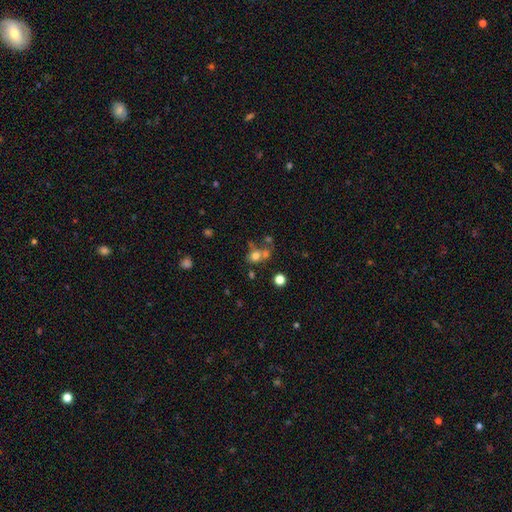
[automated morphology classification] Smooth or featured: smooth — 69% (star or artifact — 17%)
How rounded: round — 70% (in between — 29%)
Merging: none — 44% (merger — 37%)